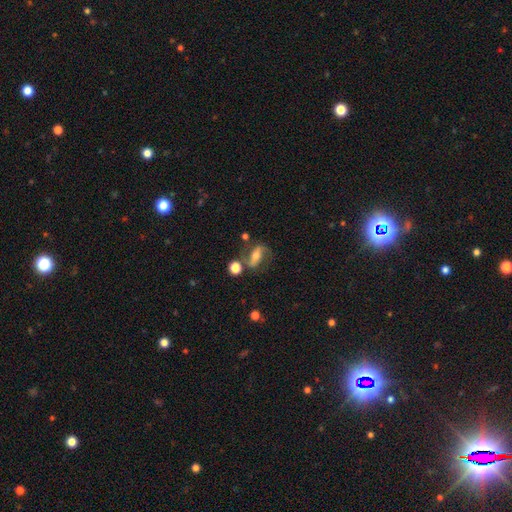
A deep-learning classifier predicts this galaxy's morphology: Smooth or featured: featured or disk — 72% (smooth — 19%)
Edge-on disk: no — 91% (yes — 9%)
Bar: strong — 48% (weak — 26%)
Spiral arms: yes — 88% (no — 12%)
Spiral winding: loose — 51% (medium — 36%)
Spiral arm count: 2 — 89% (can't tell — 4%)
Bulge size: moderate — 62% (small — 28%)
Merging: none — 66% (minor disturbance — 15%)